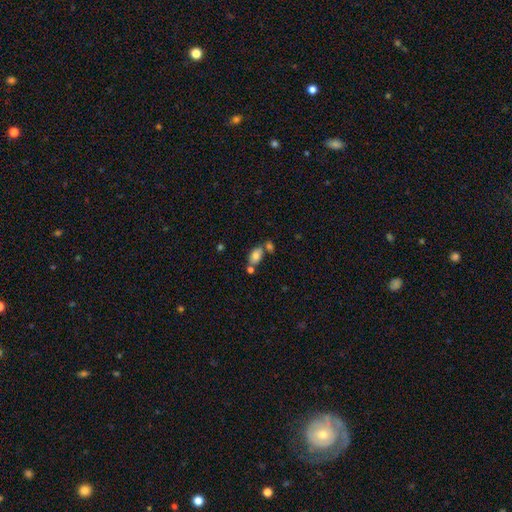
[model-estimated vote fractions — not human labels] Smooth or featured: smooth — 74% (featured or disk — 17%)
How rounded: in between — 89% (round — 8%)
Merging: none — 52% (merger — 30%)